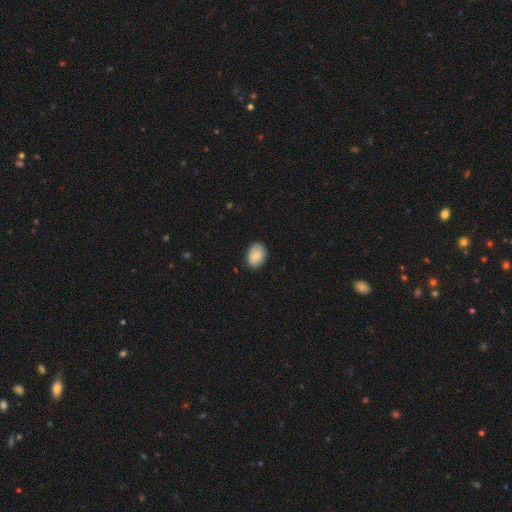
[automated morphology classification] This appears to be a smooth galaxy with no disk features (82%) that is in between round and cigar-shaped (75%). Merging: none (83%).